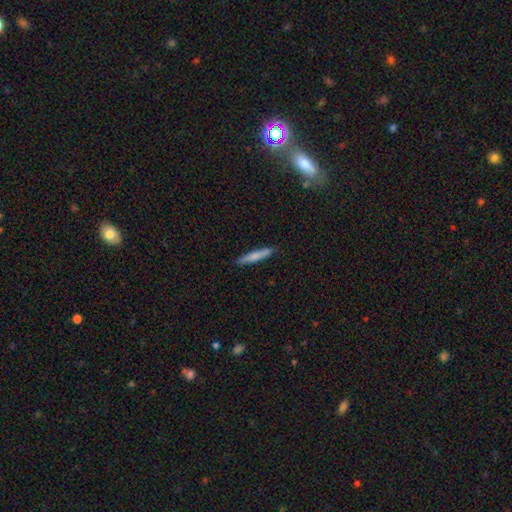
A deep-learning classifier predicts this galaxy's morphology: A smooth galaxy with no disk features (74%) that is cigar-shaped (93%).

Vote fractions:
- Smooth or featured? smooth: 74% / featured or disk: 21% / star or artifact: 6%
- How rounded? cigar-shaped: 93% / in between: 6% / round: 1%
- Merging? none: 87% / minor disturbance: 10% / major disturbance: 2% / merger: 1%